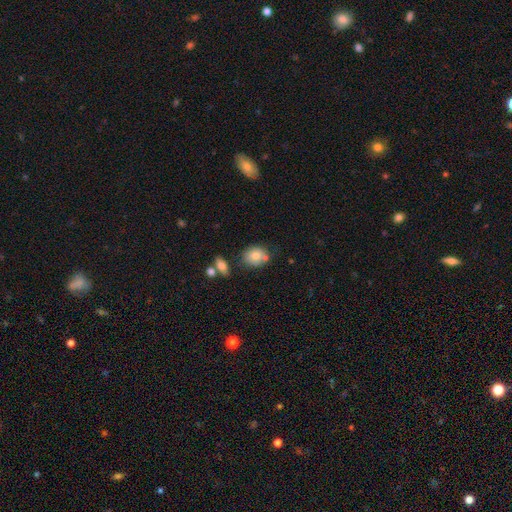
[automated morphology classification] This appears to be a smooth galaxy with no disk features (76%) that is round (62%). Merging: none (64%).